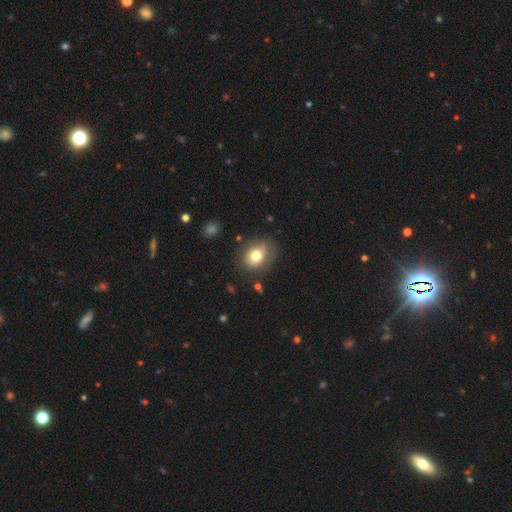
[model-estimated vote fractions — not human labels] Smooth or featured?
  - smooth: 76% *
  - featured or disk: 14%
  - star or artifact: 10%
How rounded?
  - round: 54% *
  - in between: 45%
  - cigar-shaped: 1%
Merging?
  - none: 74% *
  - minor disturbance: 18%
  - major disturbance: 6%
  - merger: 2%